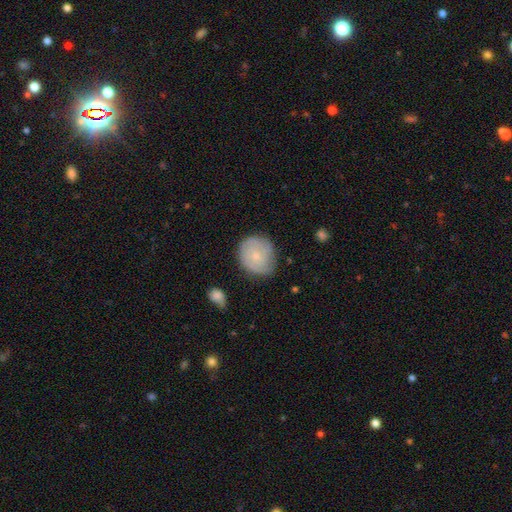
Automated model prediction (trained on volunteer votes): Smooth or featured? smooth (60%)
How rounded? round (80%)
Merging? none (70%)